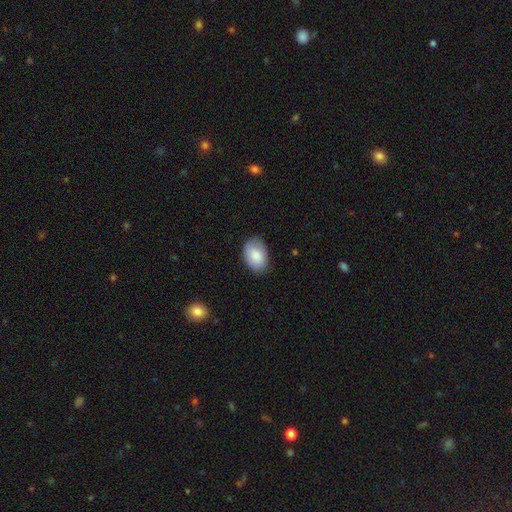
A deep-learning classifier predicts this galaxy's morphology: A smooth galaxy with no disk features (85%) that is in between round and cigar-shaped (84%). Merging: none (78%).